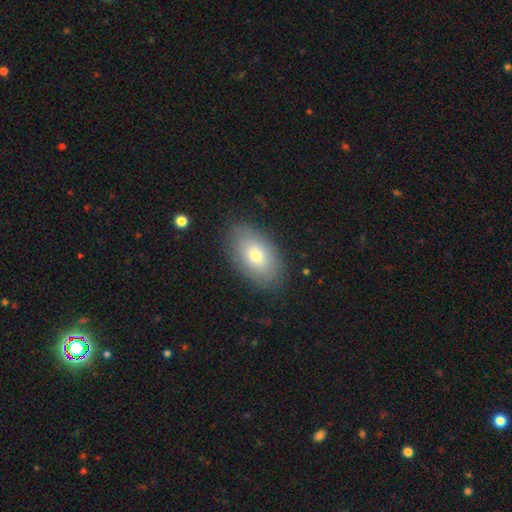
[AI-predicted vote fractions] A smooth galaxy with no disk features (73%) that is in between round and cigar-shaped (92%). Merging: none (85%).